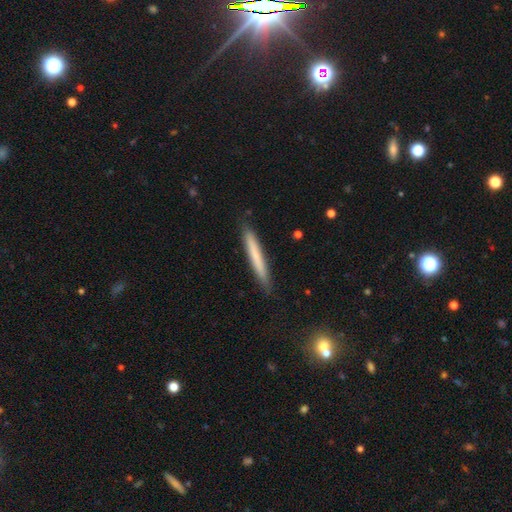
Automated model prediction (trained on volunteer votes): Smooth or featured: smooth — 68% (featured or disk — 26%)
How rounded: cigar-shaped — 96% (in between — 3%)
Merging: none — 87% (minor disturbance — 10%)